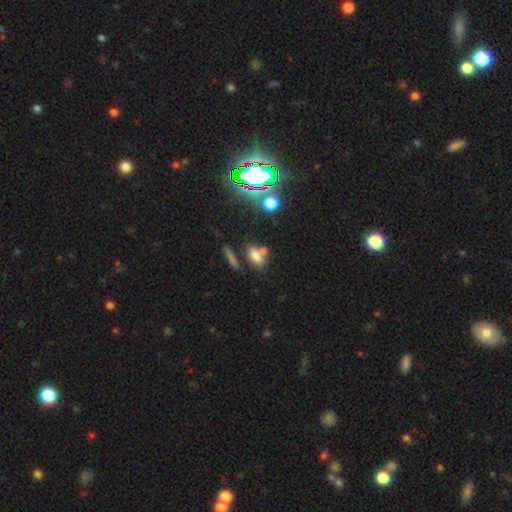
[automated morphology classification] This appears to be a smooth galaxy with no disk features (68%) that is in between round and cigar-shaped (74%). Merging: none (53%).